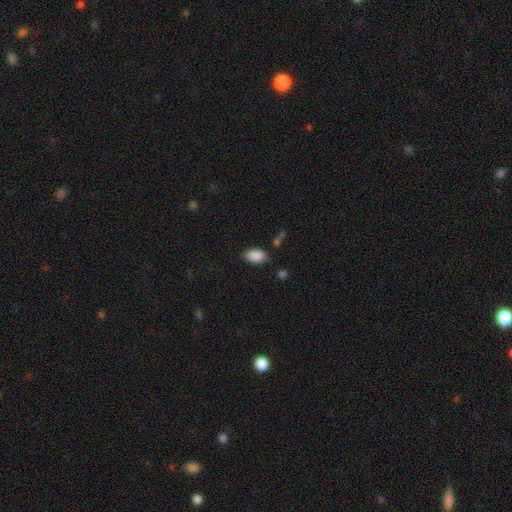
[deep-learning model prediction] Smooth or featured? smooth (89%)
How rounded? in between (93%)
Merging? none (82%)